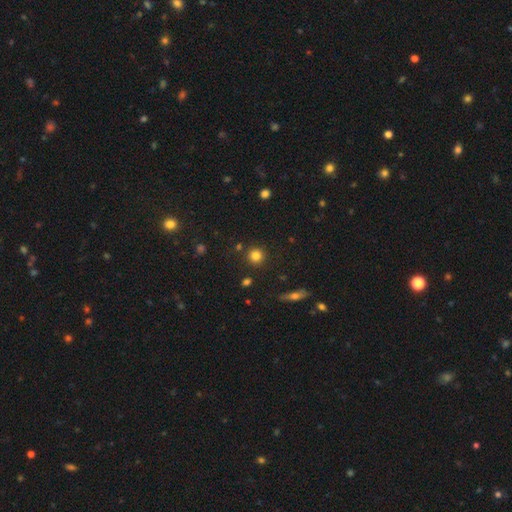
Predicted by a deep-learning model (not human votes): Smooth or featured? smooth (81%)
How rounded? round (93%)
Merging? none (87%)